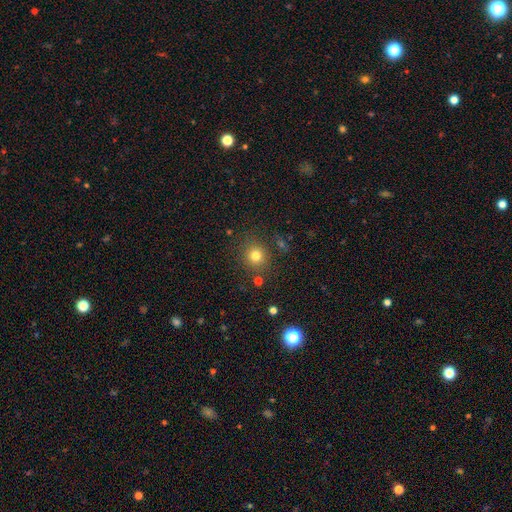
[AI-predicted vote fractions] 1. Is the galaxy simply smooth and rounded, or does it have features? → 77% smooth, 15% star or artifact, 7% featured or disk.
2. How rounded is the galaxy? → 86% round, 13% in between, 1% cigar-shaped.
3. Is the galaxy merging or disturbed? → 83% none, 9% minor disturbance, 4% merger, 4% major disturbance.